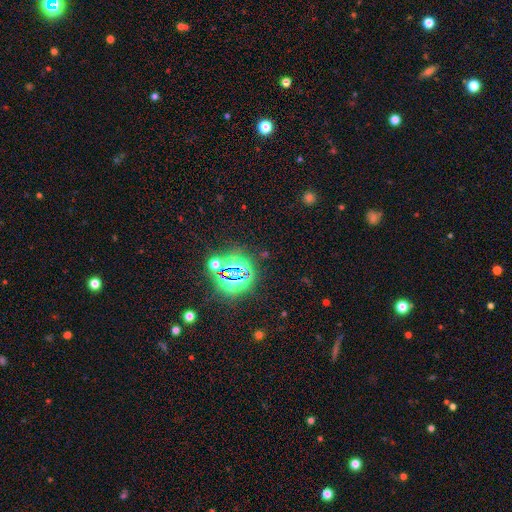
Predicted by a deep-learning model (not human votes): smooth-or-featured: star or artifact: 78% | smooth: 15% | featured or disk: 7%